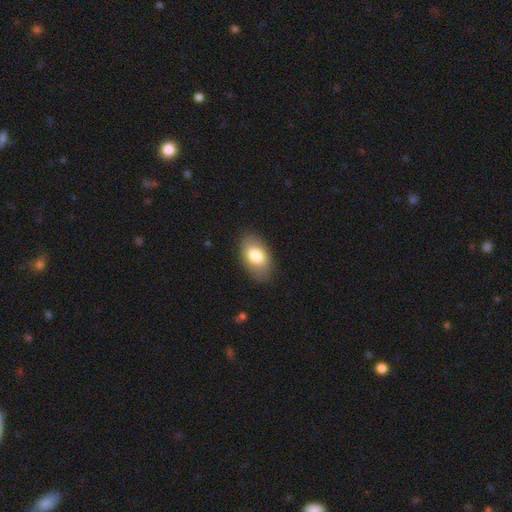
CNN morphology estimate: smooth_or_featured: smooth (p=0.79) [alt: featured or disk p=0.14]
how_rounded: in between (p=0.92) [alt: round p=0.07]
merging: none (p=0.84) [alt: minor disturbance p=0.12]